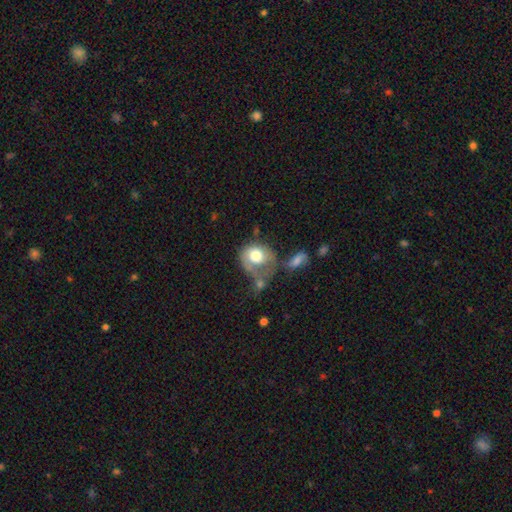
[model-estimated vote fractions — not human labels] A smooth galaxy with no disk features (64%) that is round (60%).

Vote fractions:
- Smooth or featured? smooth: 64% / featured or disk: 28% / star or artifact: 8%
- How rounded? round: 60% / in between: 39% / cigar-shaped: 1%
- Merging? major disturbance: 35% / merger: 25% / none: 21% / minor disturbance: 19%